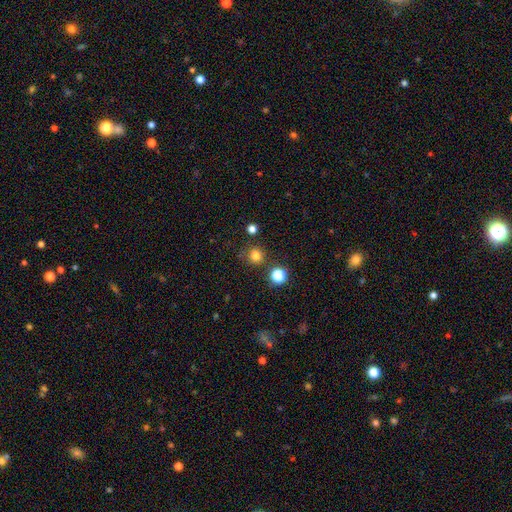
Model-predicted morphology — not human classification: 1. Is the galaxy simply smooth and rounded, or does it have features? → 78% smooth, 17% star or artifact, 5% featured or disk.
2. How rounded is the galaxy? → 92% round, 7% in between, 1% cigar-shaped.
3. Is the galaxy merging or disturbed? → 81% none, 9% minor disturbance, 7% merger, 3% major disturbance.